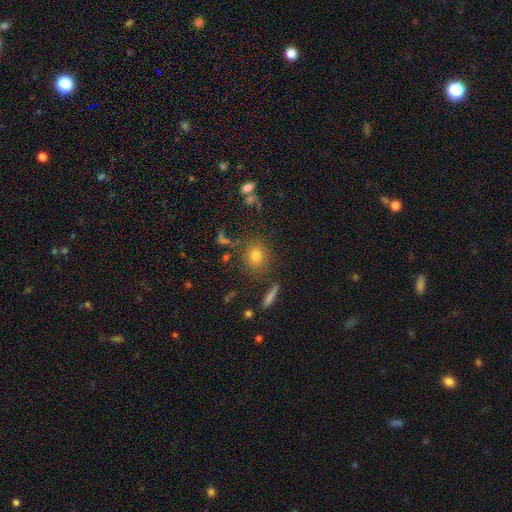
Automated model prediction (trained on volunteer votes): Smooth or featured: smooth — 75% (star or artifact — 15%)
How rounded: round — 81% (in between — 17%)
Merging: none — 81% (minor disturbance — 10%)